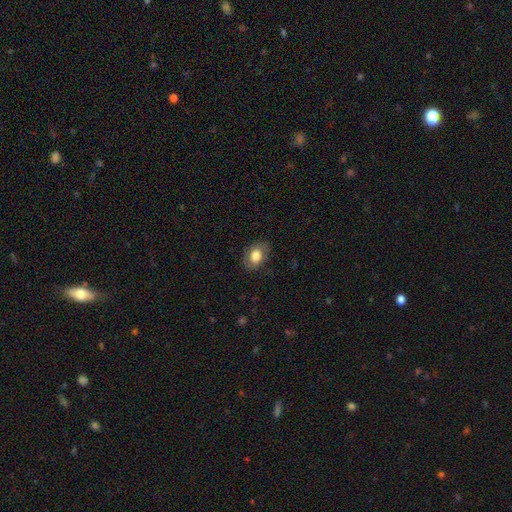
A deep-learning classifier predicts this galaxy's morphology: smooth-or-featured: smooth: 77% | featured or disk: 15% | star or artifact: 8%
  how-rounded: in between: 80% | round: 19% | cigar-shaped: 1%
  merging: none: 82% | minor disturbance: 13% | major disturbance: 4% | merger: 1%